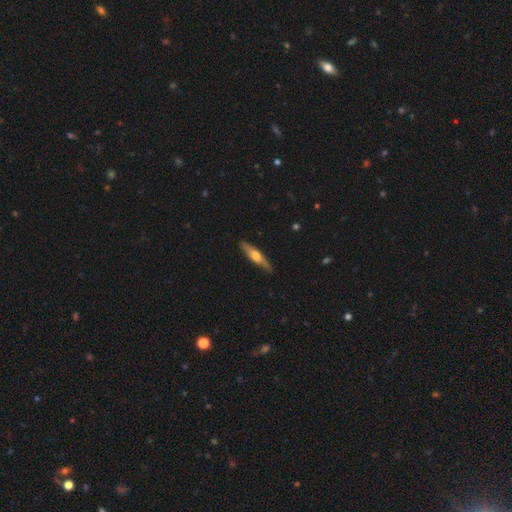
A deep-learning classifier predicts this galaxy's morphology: smooth_or_featured: featured or disk (p=0.56) [alt: smooth p=0.39]
disk_edge_on: yes (p=0.93) [alt: no p=0.07]
edge_on_bulge: rounded (p=0.90) [alt: boxy p=0.06]
merging: none (p=0.87) [alt: minor disturbance p=0.10]